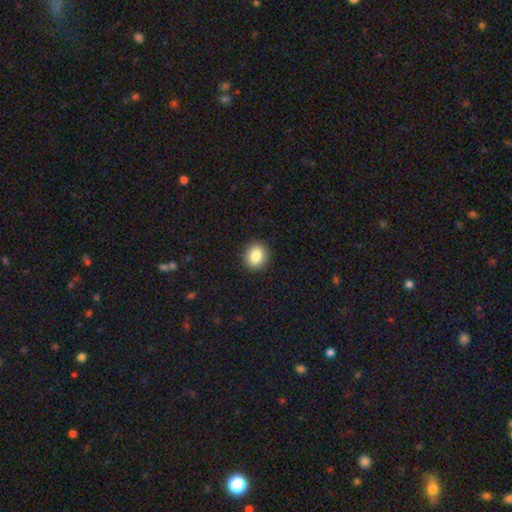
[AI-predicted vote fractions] This appears to be a smooth galaxy with no disk features (86%) that is round (74%). Merging: none (91%).